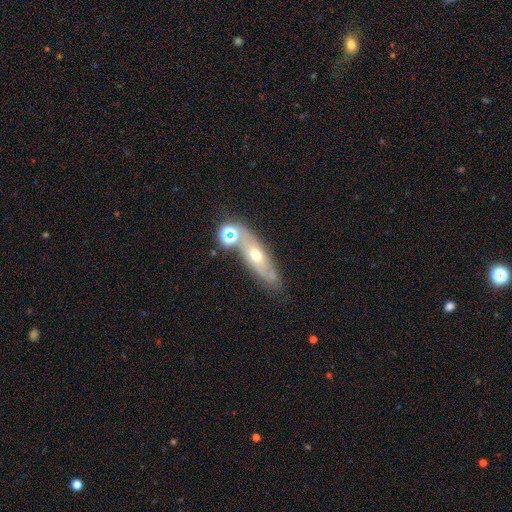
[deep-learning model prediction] featured or disk 52%, smooth 32%, star or artifact 16%. Down the decision tree: edge-on disk — no (64%); merging — none (65%).